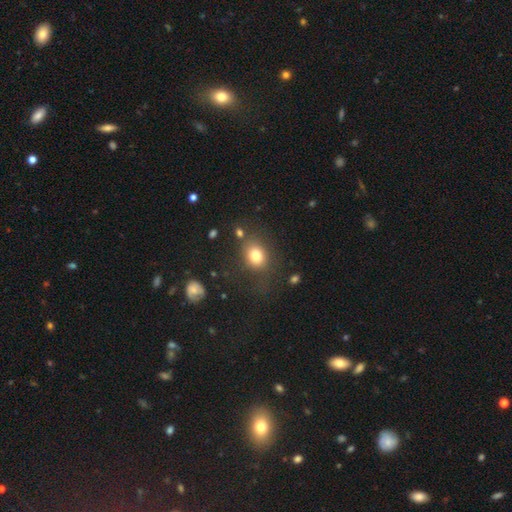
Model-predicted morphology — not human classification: Smooth or featured? Predicted: smooth (p=0.79). How rounded? Predicted: round (p=0.52). Merging? Predicted: none (p=0.70).